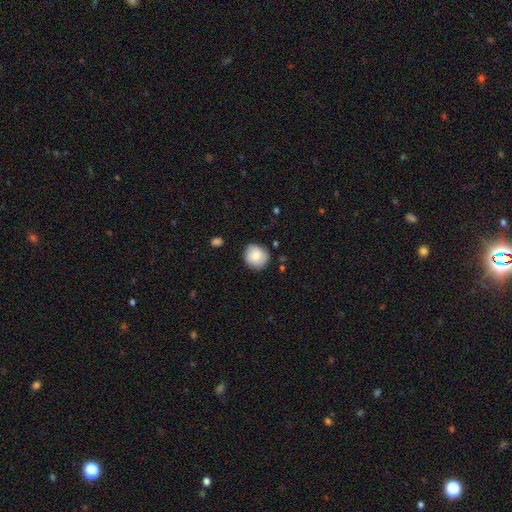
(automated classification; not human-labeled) Smooth or featured: smooth — 81% (featured or disk — 12%)
How rounded: round — 86% (in between — 13%)
Merging: none — 81% (minor disturbance — 15%)